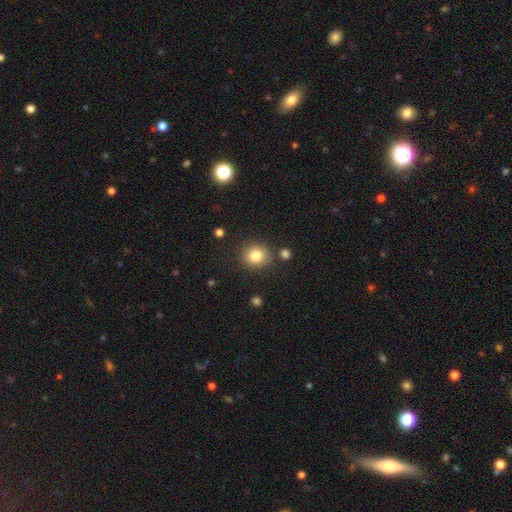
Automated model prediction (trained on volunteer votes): This appears to be a smooth galaxy with no disk features (81%) that is round (87%). Merging: none (85%).